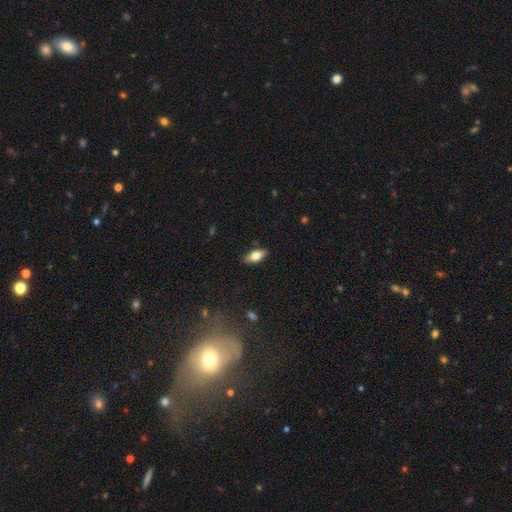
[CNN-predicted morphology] type=smooth (64%); roundness=in between (78%); merging=none (86%).